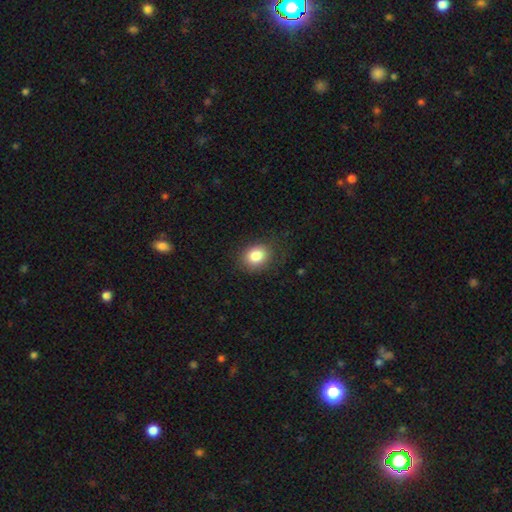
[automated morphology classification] This is clearly a smooth galaxy (83%). How rounded: possibly round (54%). Merging: clearly none (82%).